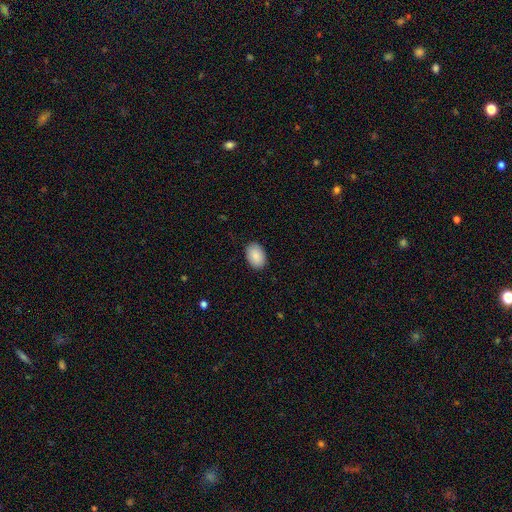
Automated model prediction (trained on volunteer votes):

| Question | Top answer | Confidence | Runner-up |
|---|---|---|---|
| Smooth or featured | smooth | 89% | star or artifact (6%) |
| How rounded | in between | 88% | round (11%) |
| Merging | none | 88% | minor disturbance (9%) |